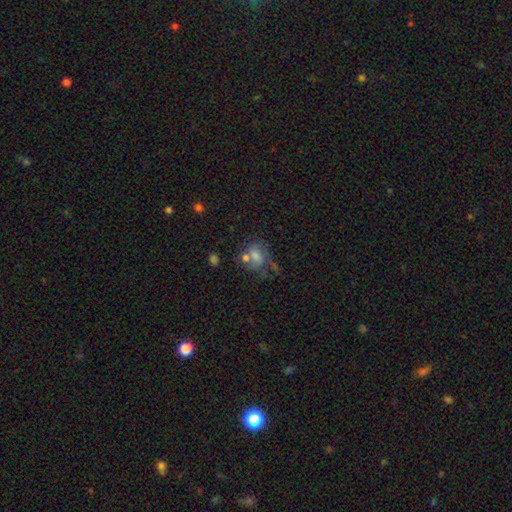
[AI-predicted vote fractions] smooth_or_featured: smooth (p=0.53) [alt: featured or disk p=0.30]
how_rounded: in between (p=0.57) [alt: round p=0.41]
merging: none (p=0.37) [alt: merger p=0.27]